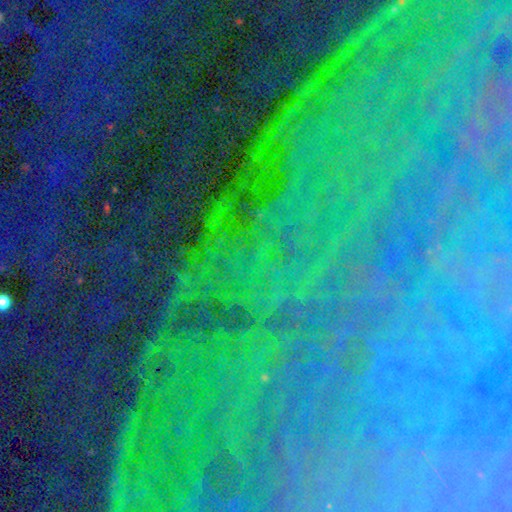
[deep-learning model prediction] star or artifact 81%, featured or disk 11%, smooth 8%.